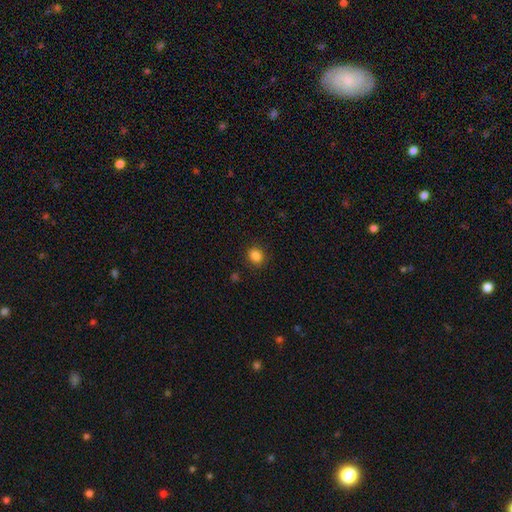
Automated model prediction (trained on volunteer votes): This appears to be a smooth galaxy with no disk features (85%) that is round (78%). Merging: none (90%).